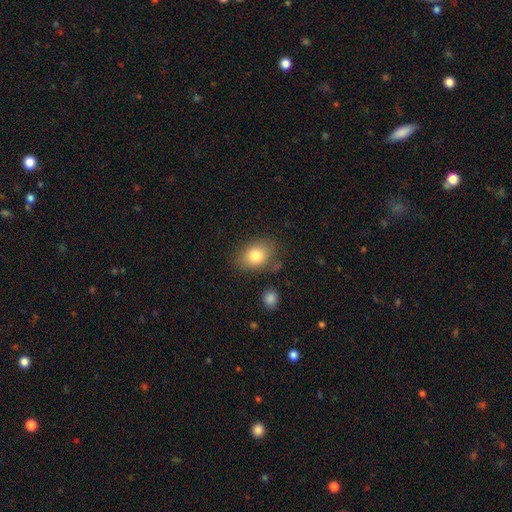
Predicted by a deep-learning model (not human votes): smooth 80%, featured or disk 11%, star or artifact 8%. Down the decision tree: how rounded — in between (75%); merging — none (74%).